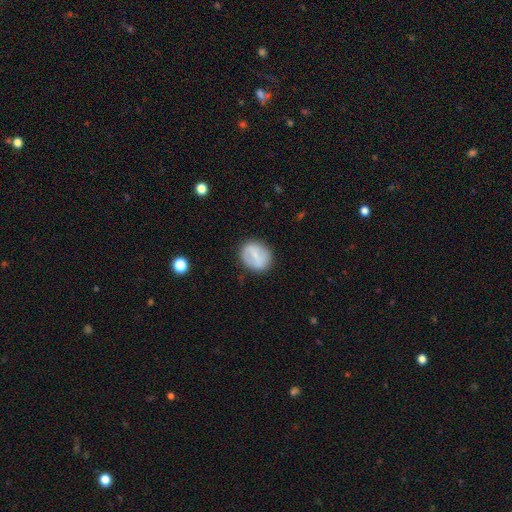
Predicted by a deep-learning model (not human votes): A smooth galaxy with no disk features (59%) that is round (58%). Merging: none (82%).